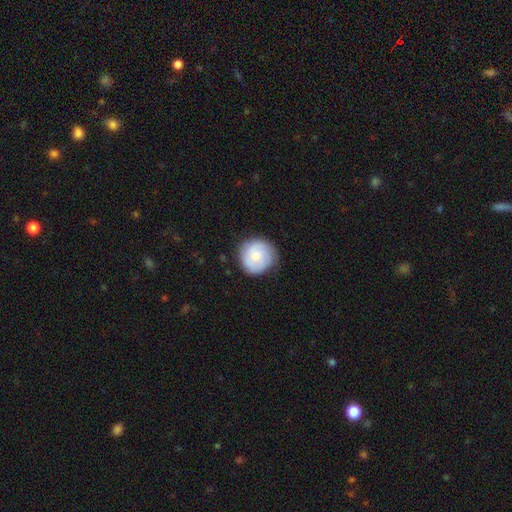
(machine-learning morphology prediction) Smooth or featured?
  - smooth: 59% *
  - featured or disk: 35%
  - star or artifact: 6%
How rounded?
  - round: 92% *
  - in between: 8%
  - cigar-shaped: 1%
Merging?
  - none: 77% *
  - minor disturbance: 18%
  - major disturbance: 4%
  - merger: 1%